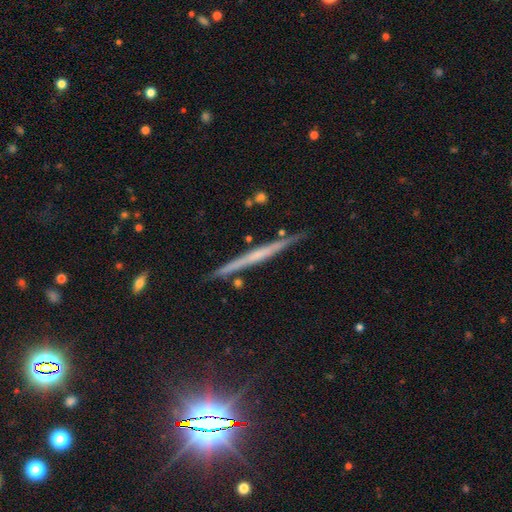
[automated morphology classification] smooth-or-featured: featured or disk: 63% | smooth: 28% | star or artifact: 10%
  disk-edge-on: yes: 97% | no: 3%
    edge-on-bulge: none: 76% | rounded: 17% | boxy: 7%
  merging: none: 87% | minor disturbance: 9% | merger: 2% | major disturbance: 2%